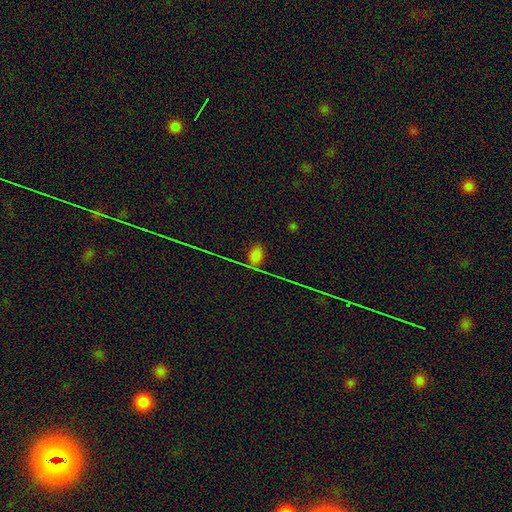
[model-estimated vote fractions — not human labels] A smooth galaxy with no disk features (58%) that is in between round and cigar-shaped (76%).

Vote fractions:
- Smooth or featured? smooth: 58% / star or artifact: 34% / featured or disk: 8%
- How rounded? in between: 76% / round: 21% / cigar-shaped: 3%
- Merging? none: 70% / minor disturbance: 16% / major disturbance: 7% / merger: 6%